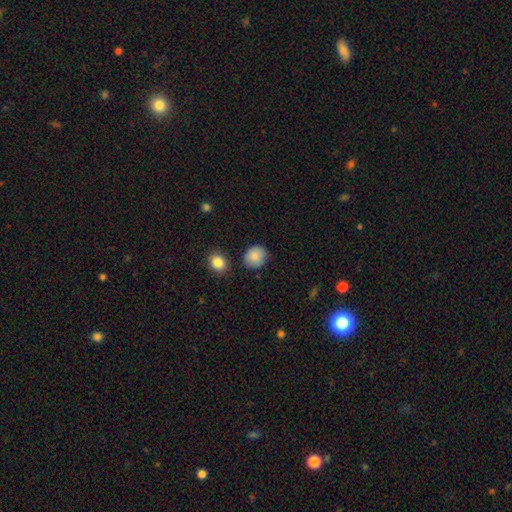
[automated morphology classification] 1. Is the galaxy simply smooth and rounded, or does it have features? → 85% smooth, 8% star or artifact, 7% featured or disk.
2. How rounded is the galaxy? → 73% round, 26% in between, 1% cigar-shaped.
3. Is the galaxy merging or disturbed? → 81% none, 13% minor disturbance, 4% merger, 3% major disturbance.